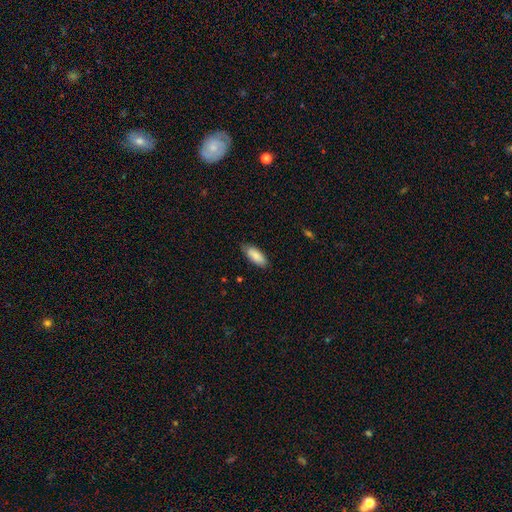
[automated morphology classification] A smooth galaxy with no disk features (86%) that is in between round and cigar-shaped (80%).

Vote fractions:
- Smooth or featured? smooth: 86% / featured or disk: 8% / star or artifact: 6%
- How rounded? in between: 80% / cigar-shaped: 18% / round: 2%
- Merging? none: 81% / minor disturbance: 16% / major disturbance: 2% / merger: 1%